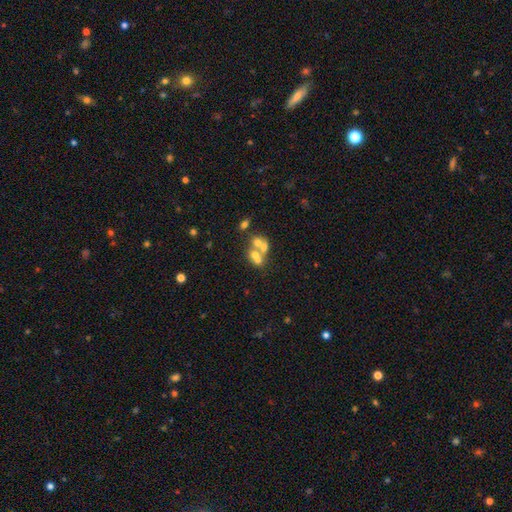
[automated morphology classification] This appears to be a smooth galaxy with no disk features (46%). Merging: merger (58%).